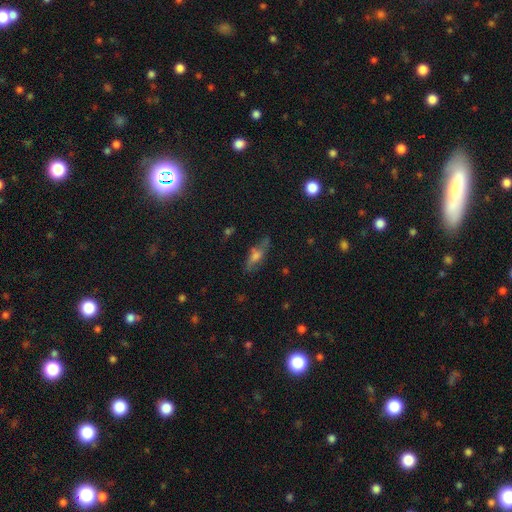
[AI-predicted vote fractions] smooth_or_featured: smooth (p=0.47) [alt: featured or disk p=0.39]
merging: none (p=0.69) [alt: minor disturbance p=0.20]